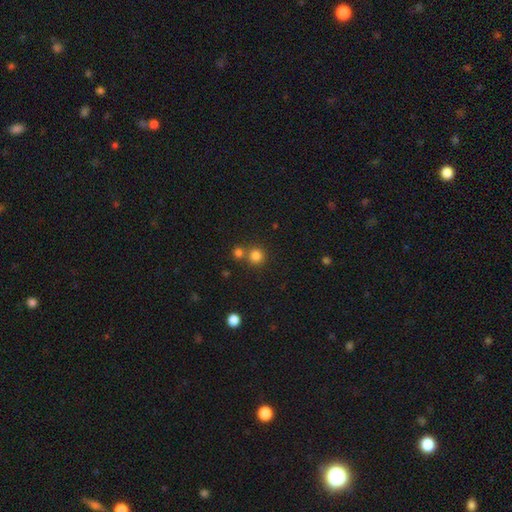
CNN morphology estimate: smooth-or-featured: smooth: 81% | star or artifact: 14% | featured or disk: 5%
  how-rounded: round: 93% | in between: 6% | cigar-shaped: 1%
  merging: none: 69% | merger: 22% | minor disturbance: 6% | major disturbance: 2%